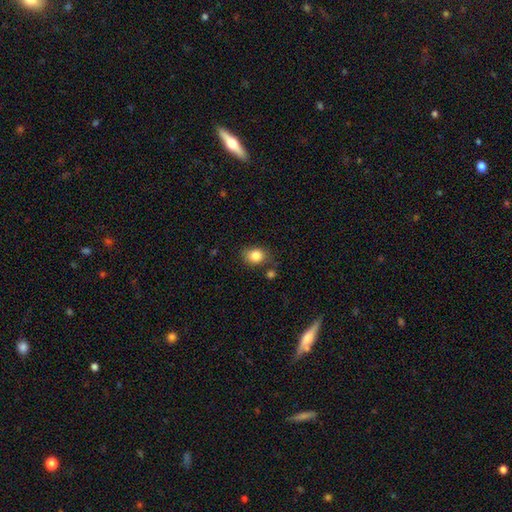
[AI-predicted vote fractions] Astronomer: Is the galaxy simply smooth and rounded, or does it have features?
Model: smooth — 84%.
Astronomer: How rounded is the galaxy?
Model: round — 54% (runner-up: in between, 45%).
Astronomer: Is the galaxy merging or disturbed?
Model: none — 73%.